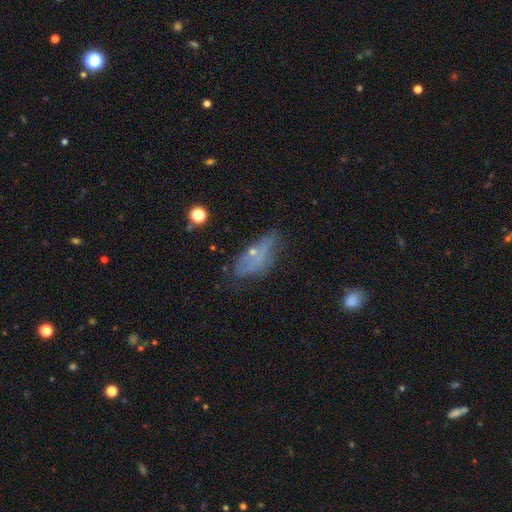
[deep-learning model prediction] Smooth or featured: smooth — 47% (featured or disk — 39%)
Merging: none — 49% (minor disturbance — 30%)